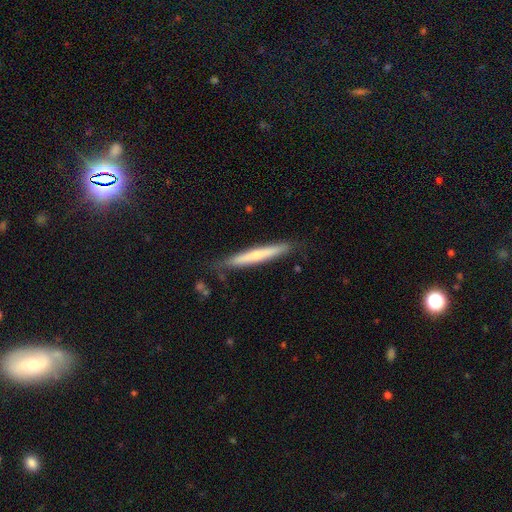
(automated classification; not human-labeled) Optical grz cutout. It shows a featured or disk galaxy (46%, tied with smooth). Merging: none (83%).